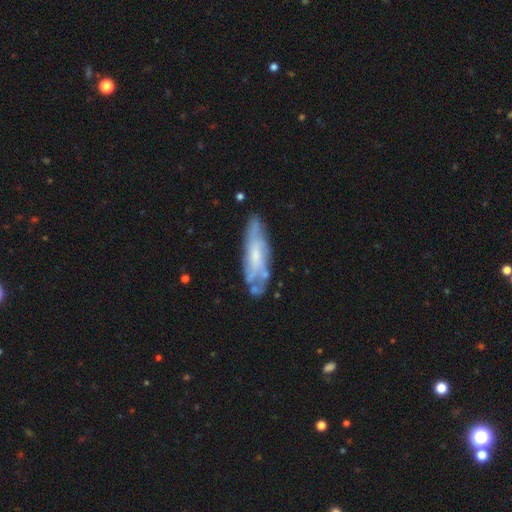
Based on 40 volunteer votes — This appears to be a featured or disk galaxy (78%) with no bar (89%), tight (78%) spiral arms (50%, tied with no) and a small central bulge (50%). Merging: none (82%).